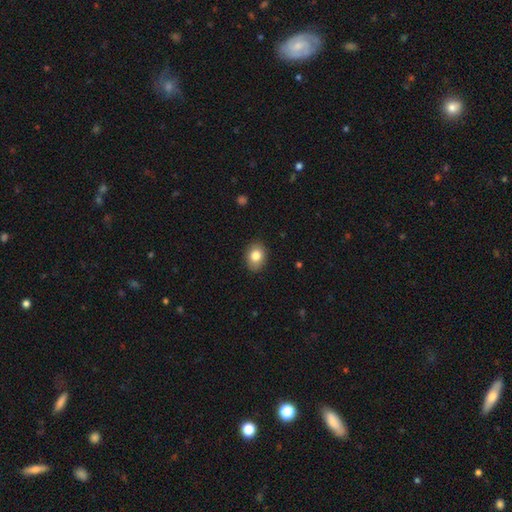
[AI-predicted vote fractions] This appears to be a smooth galaxy with no disk features (82%) that is in between round and cigar-shaped (64%). Merging: none (88%).